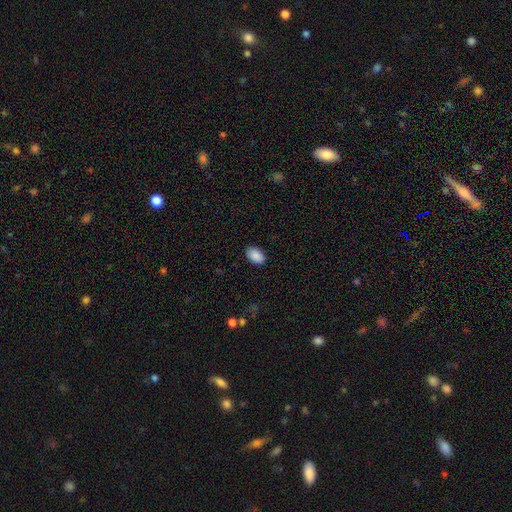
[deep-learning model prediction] Smooth or featured? smooth (89%)
How rounded? in between (90%)
Merging? none (88%)